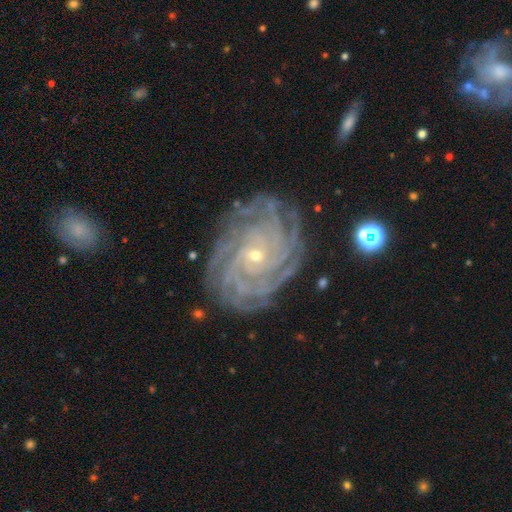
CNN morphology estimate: This appears to be a featured or disk galaxy (91%) with no bar (71%), more than 4 (36%) tight (80%) spiral arms (98%) and a small central bulge (79%). Merging: none (80%).